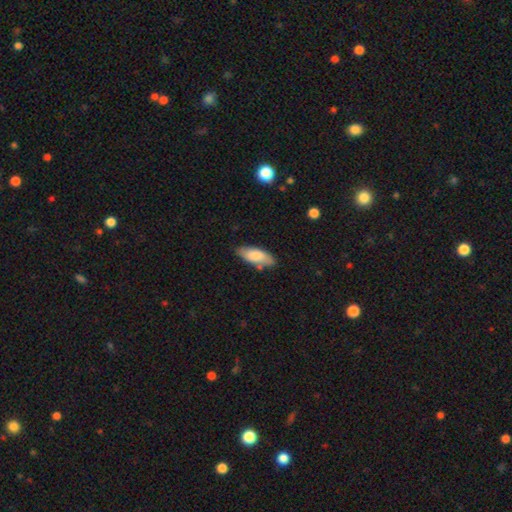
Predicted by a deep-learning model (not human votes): A smooth galaxy with no disk features (78%) that is in between round and cigar-shaped (81%).

Vote fractions:
- Smooth or featured? smooth: 78% / featured or disk: 16% / star or artifact: 6%
- How rounded? in between: 81% / cigar-shaped: 18% / round: 2%
- Merging? none: 76% / minor disturbance: 17% / merger: 4% / major disturbance: 3%